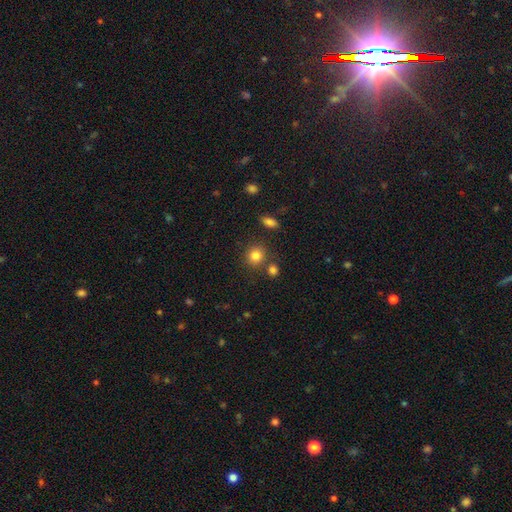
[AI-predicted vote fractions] This appears to be a smooth galaxy with no disk features (83%) that is round (85%). Merging: none (78%).